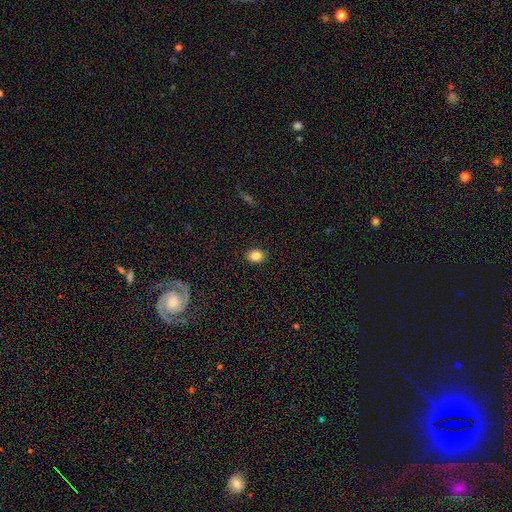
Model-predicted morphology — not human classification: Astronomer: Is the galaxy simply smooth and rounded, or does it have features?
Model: smooth — 83%.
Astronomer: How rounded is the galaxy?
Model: in between — 57% (runner-up: round, 42%).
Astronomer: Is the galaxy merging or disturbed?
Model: none — 90%.